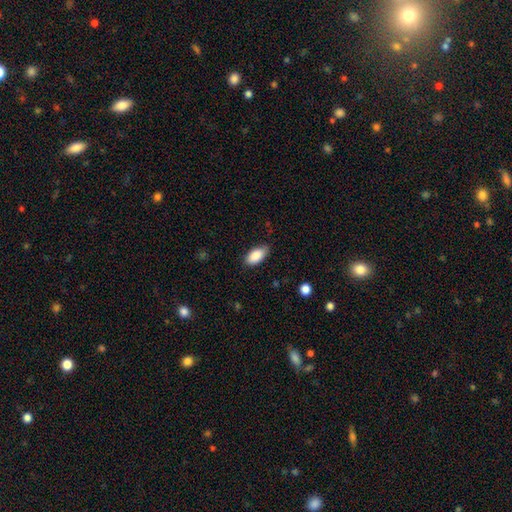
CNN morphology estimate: A smooth galaxy with no disk features (87%) that is in between round and cigar-shaped (92%). Merging: none (79%).